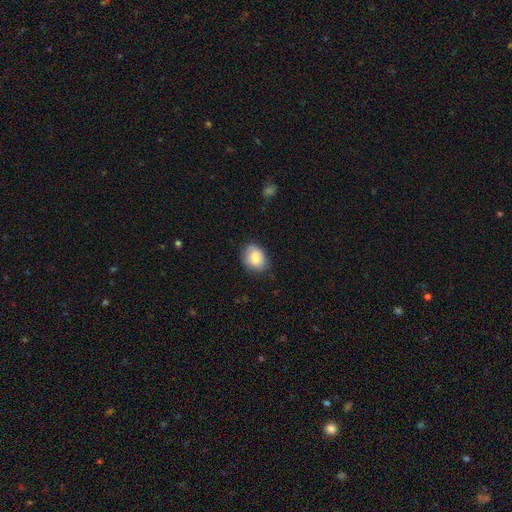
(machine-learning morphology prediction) smooth-or-featured: smooth: 84% | featured or disk: 9% | star or artifact: 7%
  how-rounded: in between: 60% | round: 39% | cigar-shaped: 1%
  merging: none: 74% | minor disturbance: 21% | major disturbance: 4% | merger: 1%